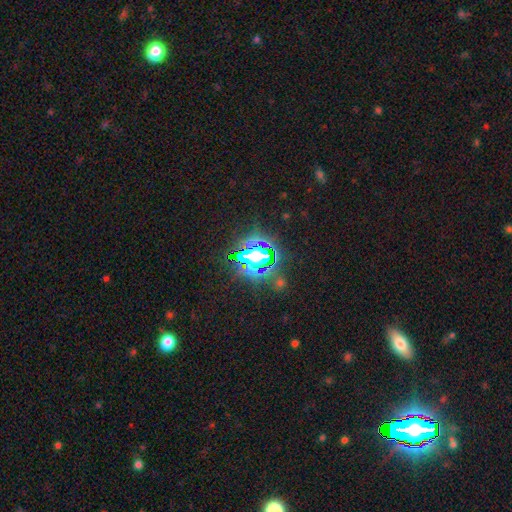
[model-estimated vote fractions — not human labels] smooth-or-featured: star or artifact: 76% | smooth: 15% | featured or disk: 9%